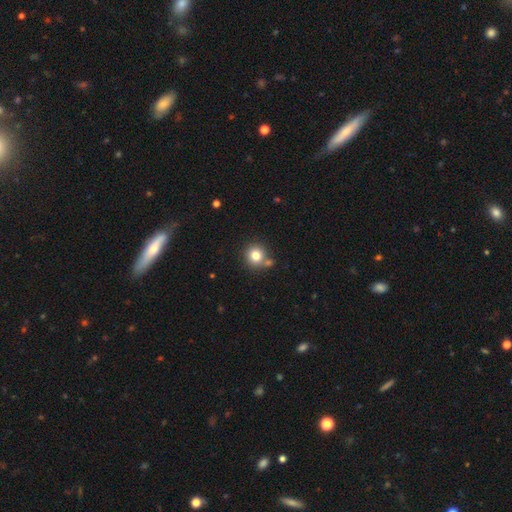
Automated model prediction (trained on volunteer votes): Smooth or featured? Predicted: smooth (p=0.80). How rounded? Predicted: round (p=0.92). Merging? Predicted: none (p=0.71).